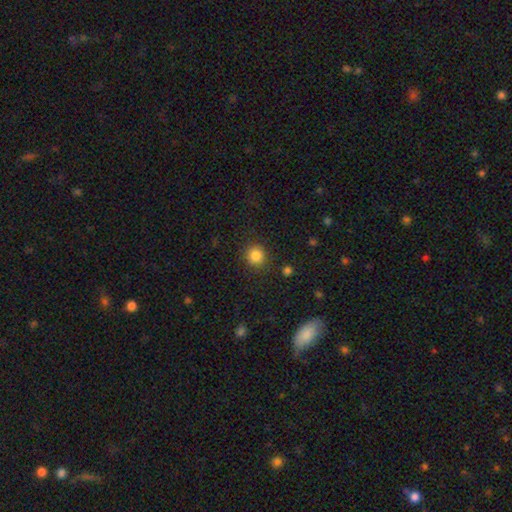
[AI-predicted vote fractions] Smooth or featured? smooth (84%)
How rounded? round (90%)
Merging? none (88%)